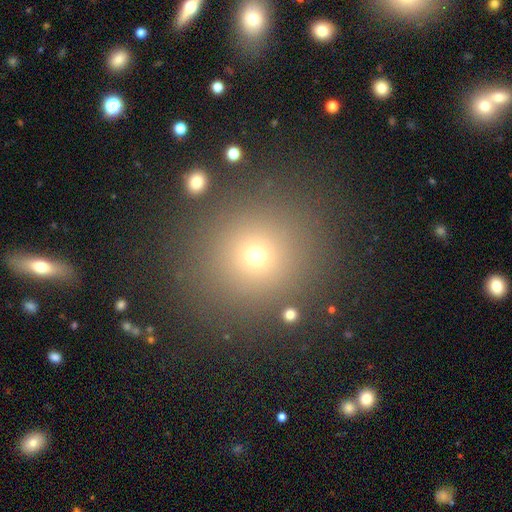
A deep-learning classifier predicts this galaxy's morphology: Smooth or featured: smooth — 69% (star or artifact — 22%)
How rounded: round — 89% (in between — 9%)
Merging: none — 85% (minor disturbance — 7%)